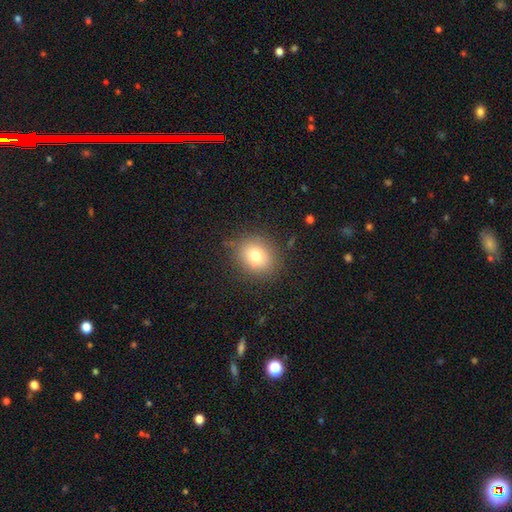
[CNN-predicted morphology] Smooth or featured?
  - smooth: 76% *
  - star or artifact: 12%
  - featured or disk: 12%
How rounded?
  - round: 66% *
  - in between: 33%
  - cigar-shaped: 1%
Merging?
  - none: 82% *
  - minor disturbance: 12%
  - major disturbance: 4%
  - merger: 2%